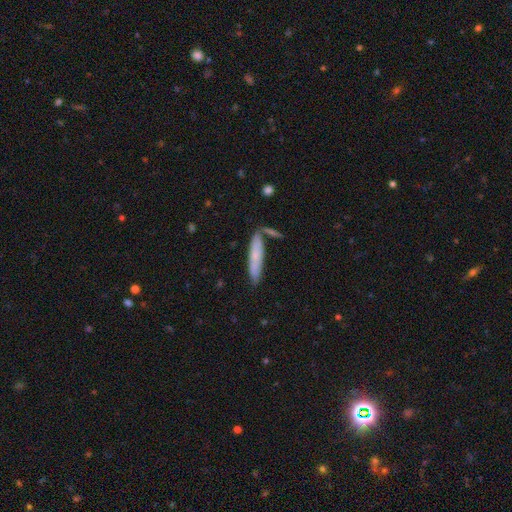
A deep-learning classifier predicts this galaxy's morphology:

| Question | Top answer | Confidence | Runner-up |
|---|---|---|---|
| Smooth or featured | smooth | 68% | featured or disk (26%) |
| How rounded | cigar-shaped | 84% | in between (15%) |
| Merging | none | 69% | minor disturbance (17%) |